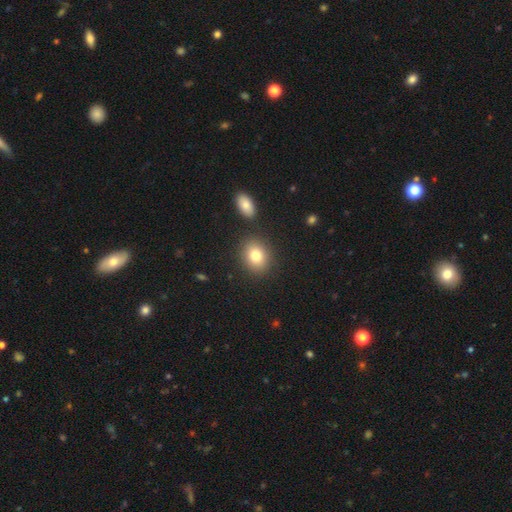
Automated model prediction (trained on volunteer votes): Smooth or featured? Predicted: smooth (p=0.81). How rounded? Predicted: in between (p=0.50). Merging? Predicted: none (p=0.82).